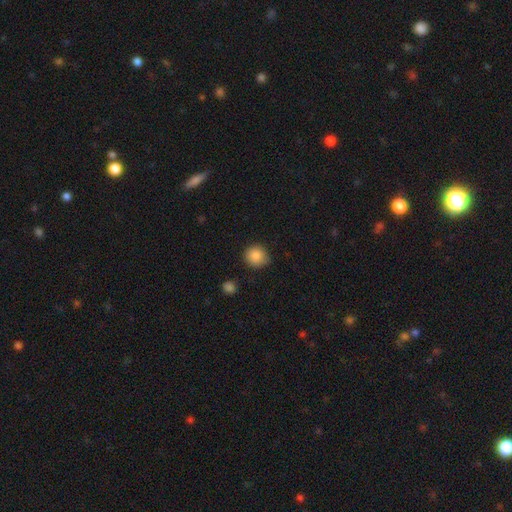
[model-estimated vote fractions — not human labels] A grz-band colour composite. It shows a smooth galaxy with no disk features (87%) that is round (91%). Merging: none (85%).